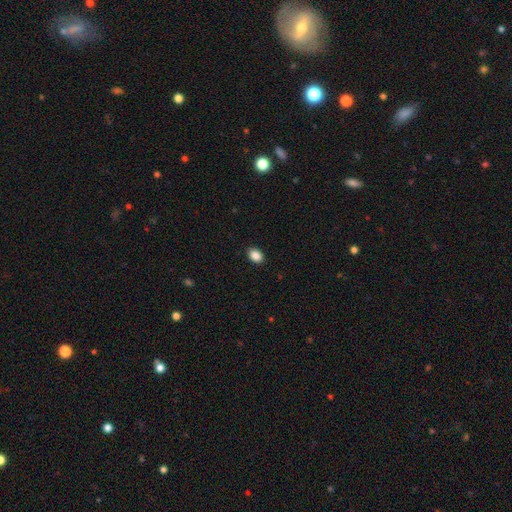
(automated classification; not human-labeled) Smooth or featured? smooth (88%)
How rounded? in between (75%)
Merging? none (90%)